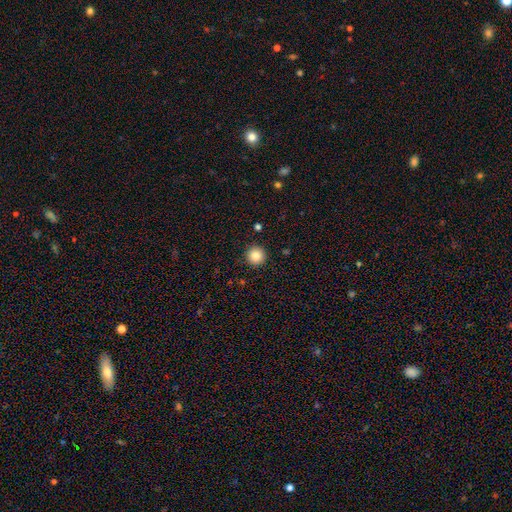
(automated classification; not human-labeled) Smooth or featured? Predicted: smooth (p=0.85). How rounded? Predicted: round (p=0.96). Merging? Predicted: none (p=0.92).